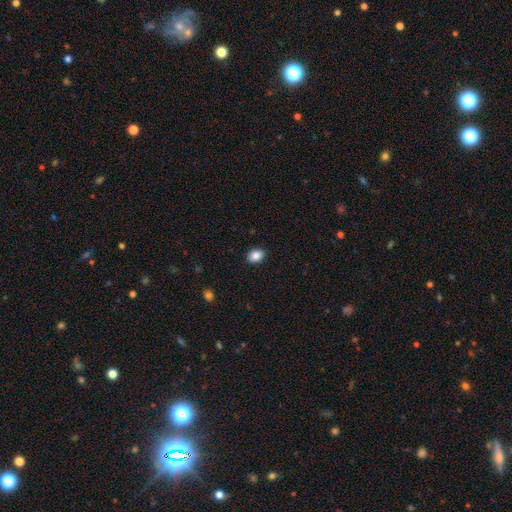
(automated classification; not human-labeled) Smooth or featured? smooth (87%)
How rounded? in between (68%)
Merging? none (90%)